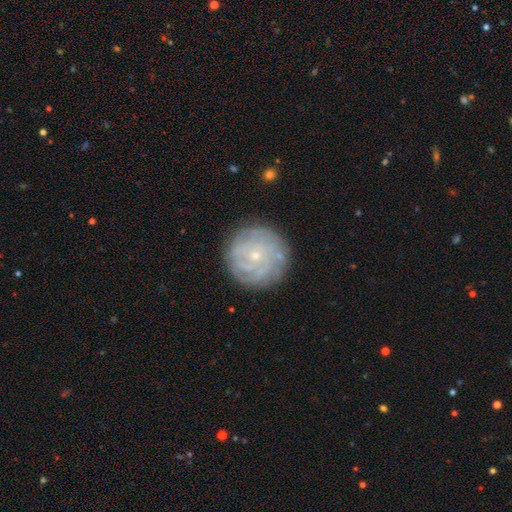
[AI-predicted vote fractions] This is likely a featured or disk galaxy (70%). It is clearly not viewed edge-on (98%). Bar: clearly no (81%). Spiral arm pattern: clearly yes (85%). Spiral arm count: possibly can't tell (47%). Spiral winding: likely tight (78%). Central bulge: clearly small (82%). Merging: clearly none (83%).